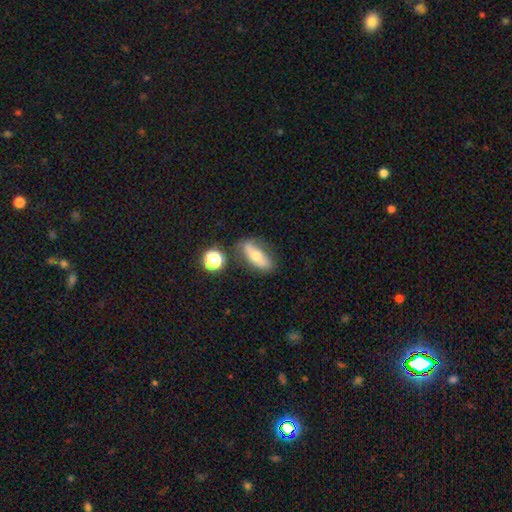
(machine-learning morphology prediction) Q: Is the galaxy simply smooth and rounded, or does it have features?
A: smooth — 59%.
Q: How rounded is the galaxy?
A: in between — 67%.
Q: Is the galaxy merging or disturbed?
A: none — 71%.